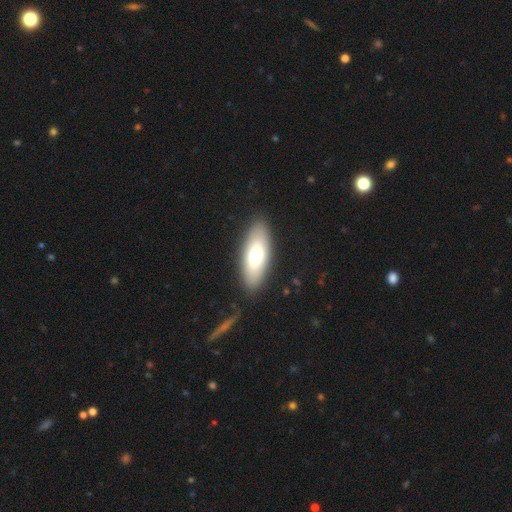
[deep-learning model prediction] Morphology: type=smooth (69%); roundness=in between (76%); merging=none (87%).